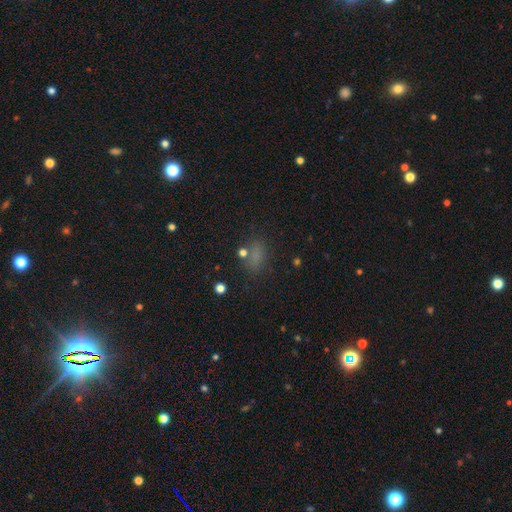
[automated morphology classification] Smooth or featured? Predicted: smooth (p=0.67). How rounded? Predicted: in between (p=0.74). Merging? Predicted: none (p=0.70).